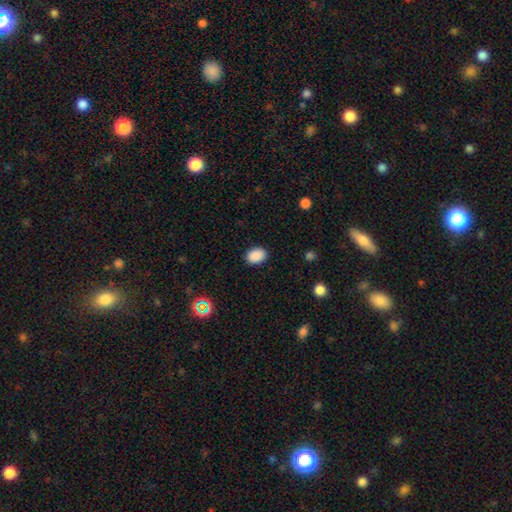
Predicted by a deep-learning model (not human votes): Smooth or featured? smooth (88%)
How rounded? in between (76%)
Merging? none (88%)